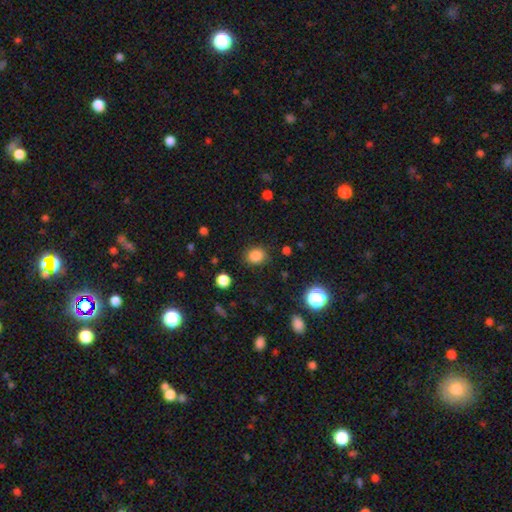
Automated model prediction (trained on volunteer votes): This appears to be a smooth galaxy with no disk features (84%) that is round (63%). Merging: none (83%).